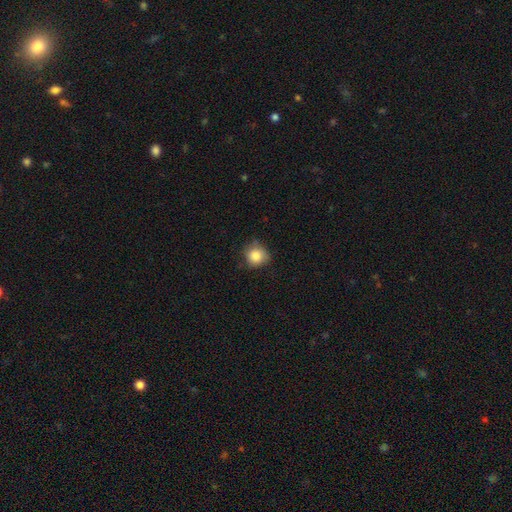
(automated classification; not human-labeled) A smooth galaxy with no disk features (84%) that is round (86%). Merging: none (69%).